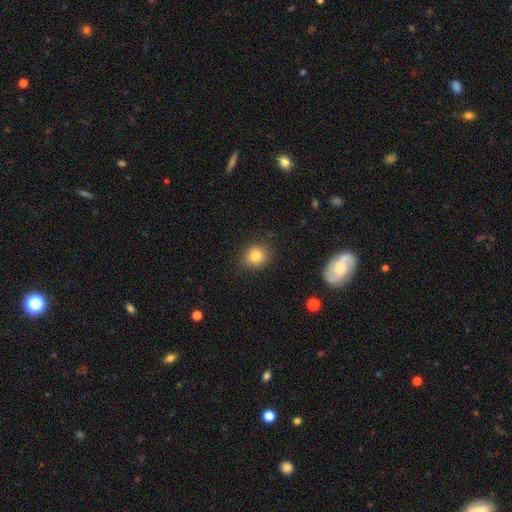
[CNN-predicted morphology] Smooth or featured?
  - smooth: 80% *
  - star or artifact: 11%
  - featured or disk: 8%
How rounded?
  - round: 70% *
  - in between: 29%
  - cigar-shaped: 1%
Merging?
  - none: 86% *
  - minor disturbance: 10%
  - major disturbance: 3%
  - merger: 1%